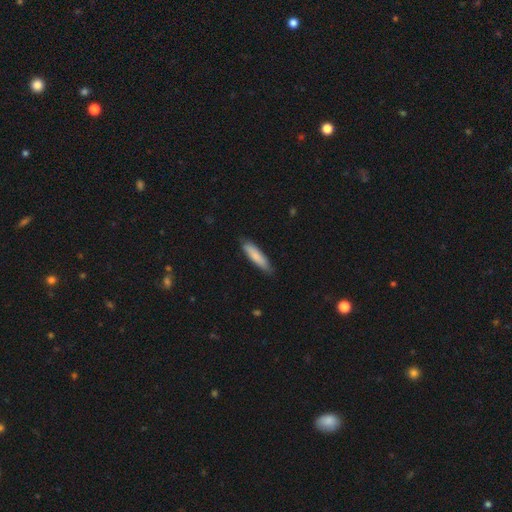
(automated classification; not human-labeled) smooth-or-featured: smooth: 82% | featured or disk: 12% | star or artifact: 5%
  how-rounded: cigar-shaped: 77% | in between: 22% | round: 1%
  merging: none: 82% | minor disturbance: 15% | major disturbance: 2% | merger: 1%